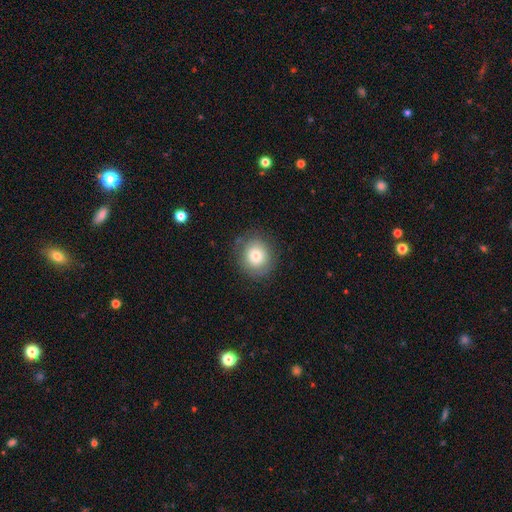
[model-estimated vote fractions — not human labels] Smooth or featured?
  - smooth: 76% *
  - featured or disk: 15%
  - star or artifact: 10%
How rounded?
  - round: 83% *
  - in between: 16%
  - cigar-shaped: 1%
Merging?
  - none: 83% *
  - minor disturbance: 11%
  - major disturbance: 4%
  - merger: 1%